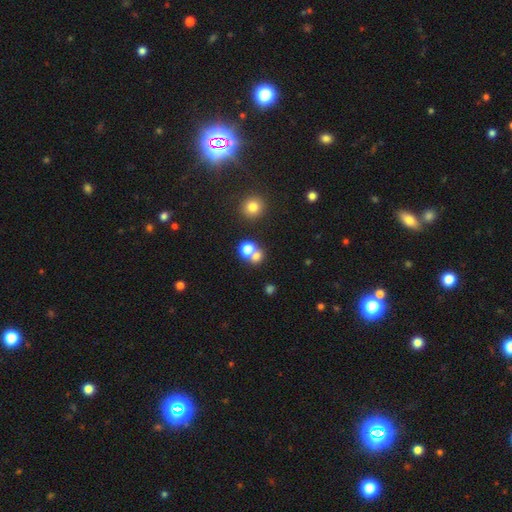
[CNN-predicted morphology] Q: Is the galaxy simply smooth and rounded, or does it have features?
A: smooth — 72%.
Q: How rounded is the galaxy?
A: round — 71%.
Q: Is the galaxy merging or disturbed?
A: merger — 49%.